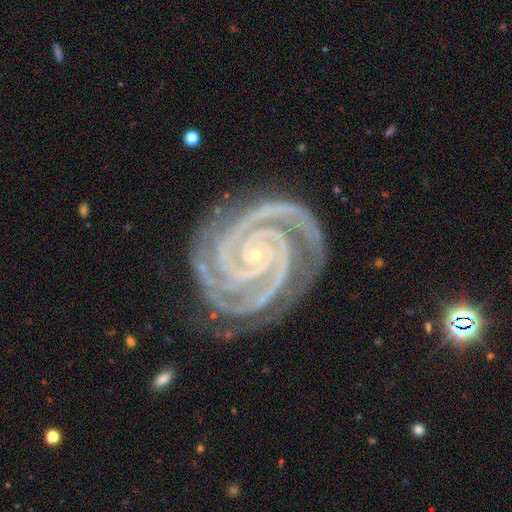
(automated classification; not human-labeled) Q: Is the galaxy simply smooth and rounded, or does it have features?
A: featured or disk — 94%.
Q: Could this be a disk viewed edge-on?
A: no — 98%.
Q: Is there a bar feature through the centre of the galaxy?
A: no — 64%.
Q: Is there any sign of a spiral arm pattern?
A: yes — 99%.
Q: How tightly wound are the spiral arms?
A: tight — 87%.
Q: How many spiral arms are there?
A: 2 — 40%.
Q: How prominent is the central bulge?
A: small — 91%.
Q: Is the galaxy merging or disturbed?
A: none — 80%.